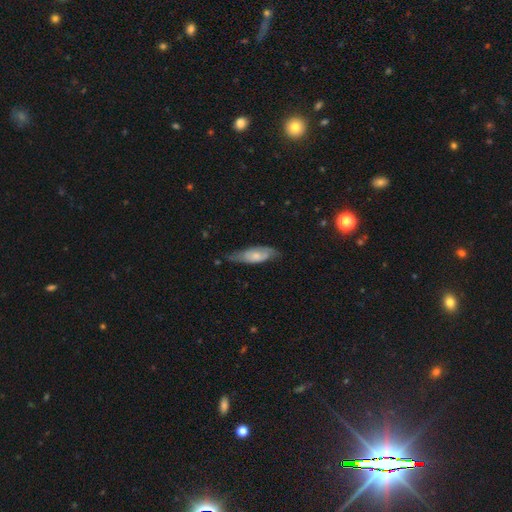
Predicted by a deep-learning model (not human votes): This appears to be a smooth galaxy with no disk features (56%) that is in between round and cigar-shaped (66%). Merging: none (53%).